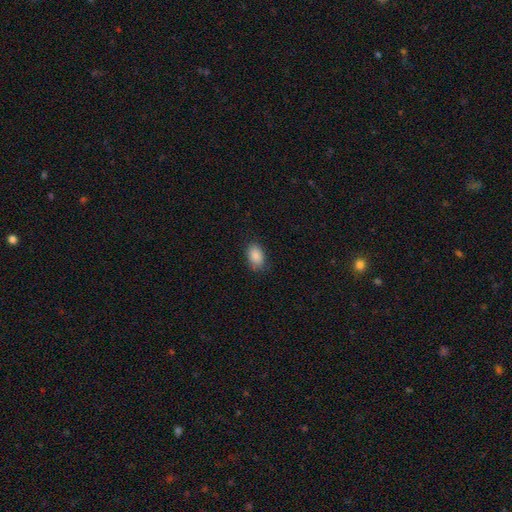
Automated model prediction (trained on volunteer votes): Smooth or featured: smooth — 88% (star or artifact — 8%)
How rounded: in between — 87% (round — 12%)
Merging: none — 81% (minor disturbance — 15%)